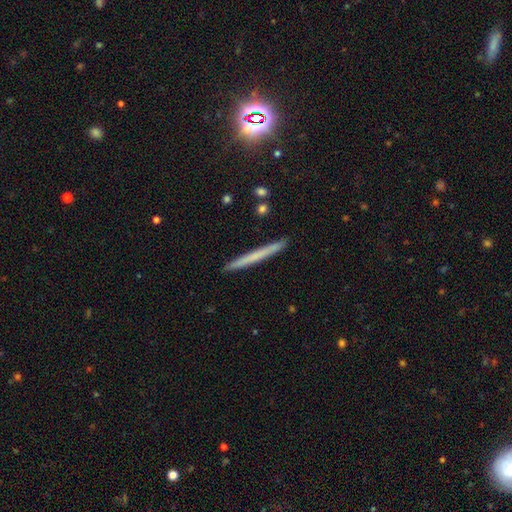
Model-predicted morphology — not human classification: Q: Smooth or featured?
A: smooth (52%); runner-up: featured or disk (38%)
Q: How rounded?
A: cigar-shaped (97%); runner-up: in between (2%)
Q: Merging?
A: none (92%); runner-up: minor disturbance (6%)